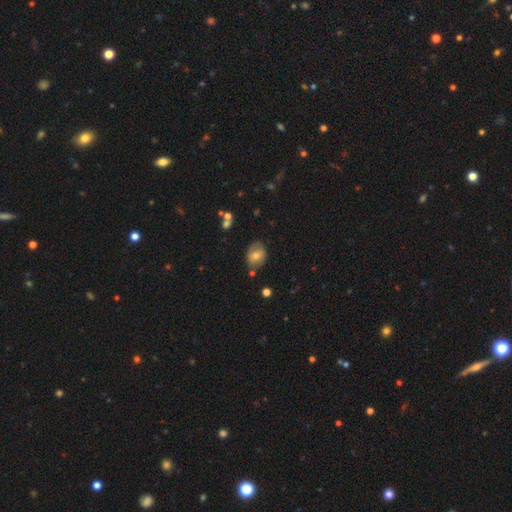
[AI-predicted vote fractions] The model was most divided on "how rounded": round: 50%, in between: 49%, cigar-shaped: 1%. More confident: merging — none (69%); smooth or featured — smooth (64%).